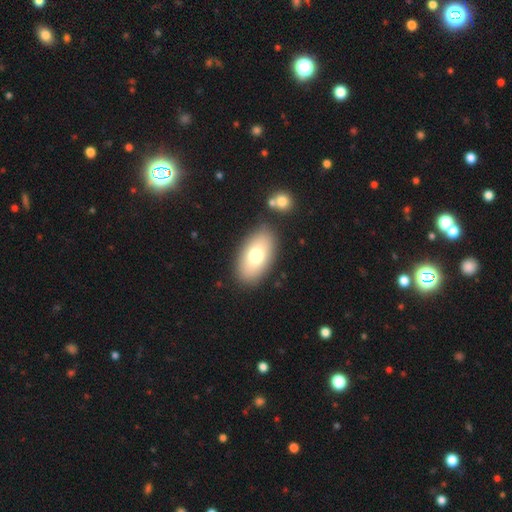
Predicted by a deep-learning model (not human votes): A smooth galaxy with no disk features (73%) that is in between round and cigar-shaped (92%).

Vote fractions:
- Smooth or featured? smooth: 73% / featured or disk: 19% / star or artifact: 8%
- How rounded? in between: 92% / round: 5% / cigar-shaped: 2%
- Merging? none: 84% / minor disturbance: 9% / merger: 4% / major disturbance: 3%